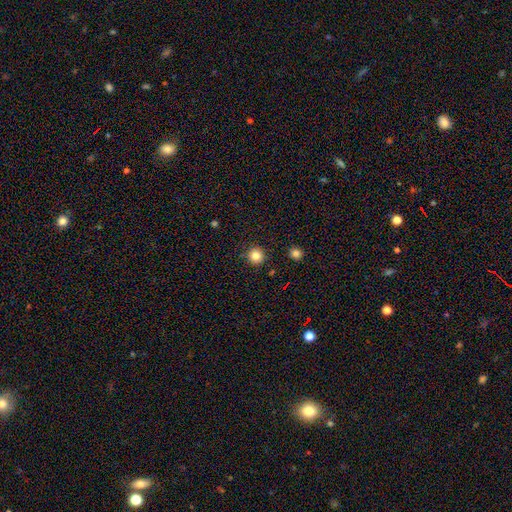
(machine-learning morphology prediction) smooth_or_featured: smooth (p=0.84) [alt: star or artifact p=0.12]
how_rounded: round (p=0.94) [alt: in between p=0.05]
merging: none (p=0.90) [alt: minor disturbance p=0.06]